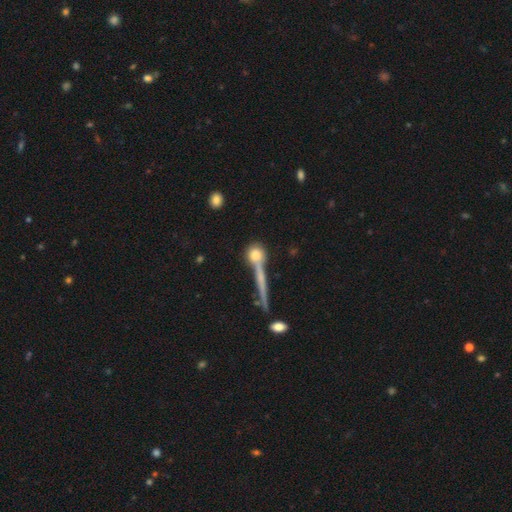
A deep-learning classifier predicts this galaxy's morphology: smooth 71%, featured or disk 19%, star or artifact 10%. Down the decision tree: how rounded — round (78%); merging — none (55%).